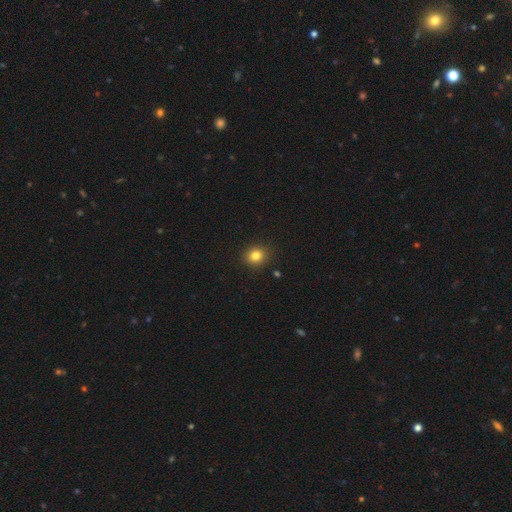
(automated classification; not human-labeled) A smooth galaxy with no disk features (82%) that is round (75%). Merging: none (90%).